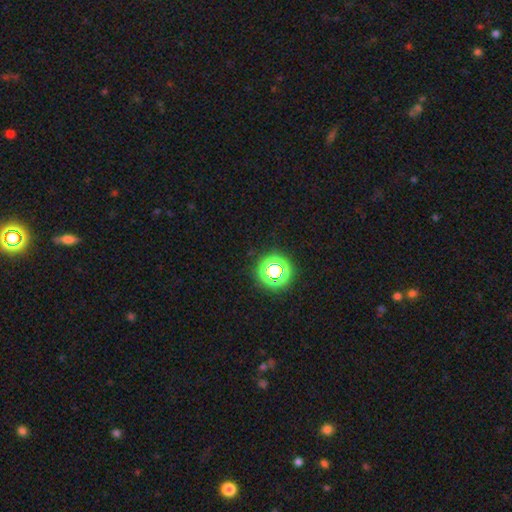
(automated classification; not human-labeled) The model was most divided on "smooth or featured": star or artifact: 69%, smooth: 25%, featured or disk: 6%.